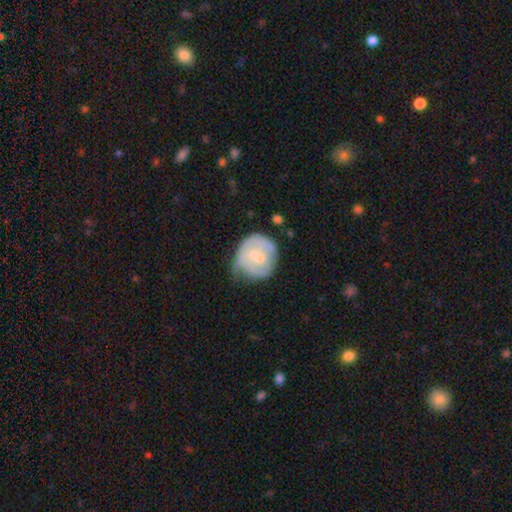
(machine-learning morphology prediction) A smooth galaxy with no disk features (47%, tied with featured or disk).

Vote fractions:
- Smooth or featured? smooth: 47% (tied) / featured or disk: 47% (tied) / star or artifact: 6%
- Merging? minor disturbance: 37% / none: 36% / major disturbance: 20% / merger: 7%